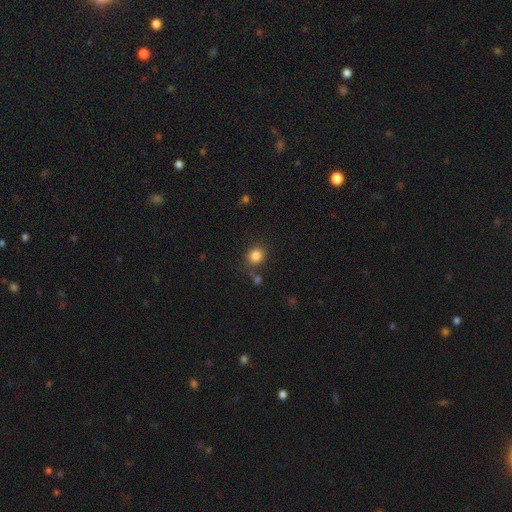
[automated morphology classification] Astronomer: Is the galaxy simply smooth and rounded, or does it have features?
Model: smooth — 84%.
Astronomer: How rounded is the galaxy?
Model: round — 79%.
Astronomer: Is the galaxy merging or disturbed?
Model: none — 78%.